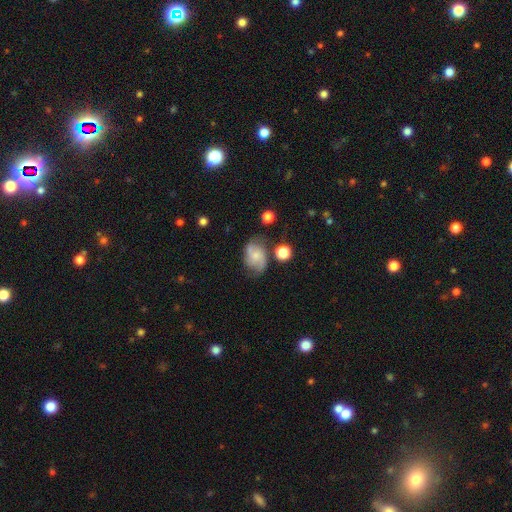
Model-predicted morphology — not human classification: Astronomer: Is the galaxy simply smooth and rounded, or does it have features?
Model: featured or disk — 61%.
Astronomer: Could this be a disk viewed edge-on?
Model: no — 97%.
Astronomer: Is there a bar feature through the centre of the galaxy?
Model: no — 67%.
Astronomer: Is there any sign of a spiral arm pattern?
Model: yes — 89%.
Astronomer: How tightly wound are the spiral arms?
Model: medium — 42% (runner-up: loose, 39%).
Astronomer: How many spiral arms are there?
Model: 2 — 81%.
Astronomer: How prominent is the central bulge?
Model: small — 58%.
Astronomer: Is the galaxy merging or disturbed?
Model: none — 60%.